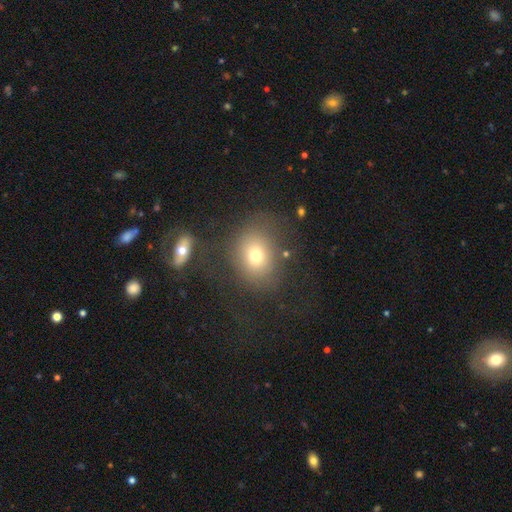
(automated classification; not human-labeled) A smooth galaxy with no disk features (69%) that is round (57%). Merging: none (65%).